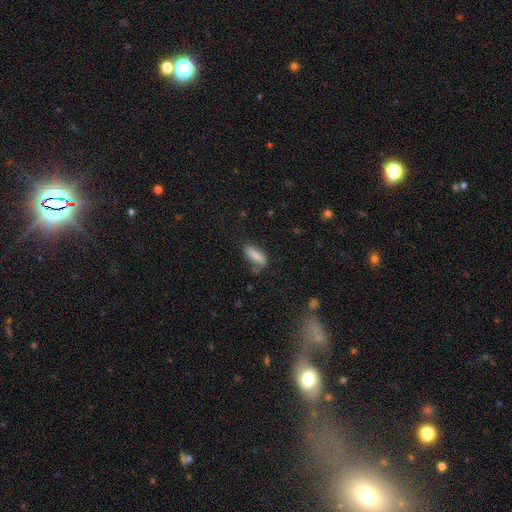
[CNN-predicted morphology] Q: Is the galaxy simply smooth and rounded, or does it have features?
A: smooth — 82%.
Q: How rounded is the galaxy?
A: in between — 54%.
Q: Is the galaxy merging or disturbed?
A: none — 65%.